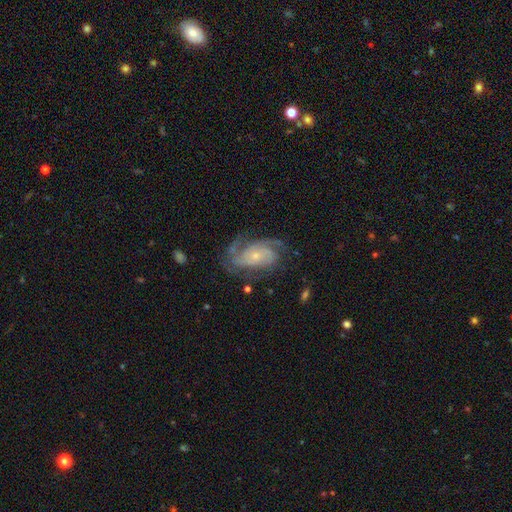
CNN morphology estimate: Q: Smooth or featured?
A: featured or disk (87%); runner-up: smooth (8%)
Q: Edge-on disk?
A: no (97%); runner-up: yes (3%)
Q: Bar?
A: no (70%); runner-up: weak (24%)
Q: Spiral arms?
A: yes (96%); runner-up: no (4%)
Q: Spiral winding?
A: tight (44%); runner-up: medium (43%)
Q: Spiral arm count?
A: 2 (35%); runner-up: 3 (32%)
Q: Bulge size?
A: small (74%); runner-up: moderate (20%)
Q: Merging?
A: none (66%); runner-up: minor disturbance (20%)